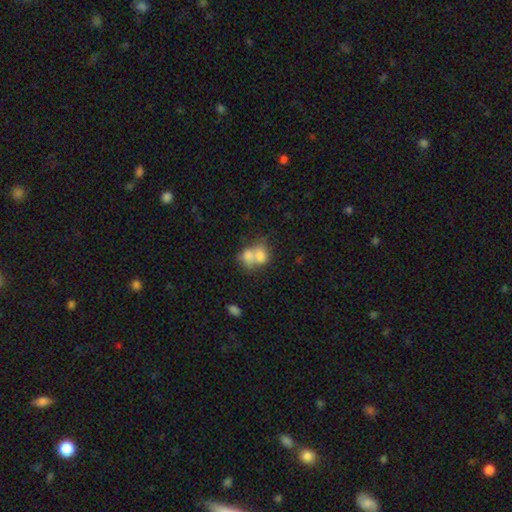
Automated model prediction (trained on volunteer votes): Smooth or featured? Predicted: smooth (p=0.72). How rounded? Predicted: in between (p=0.60). Merging? Predicted: merger (p=0.70).